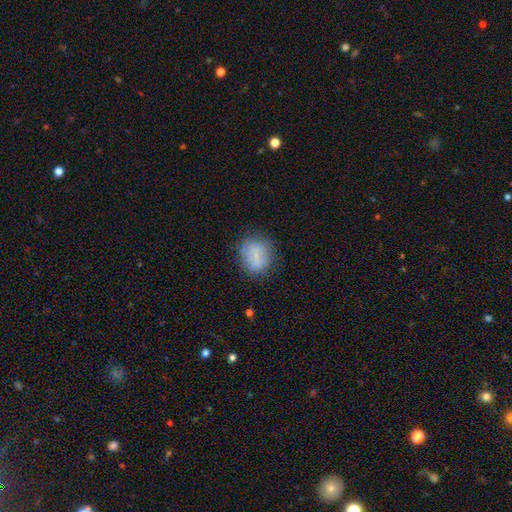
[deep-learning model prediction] Smooth or featured?
  - smooth: 70% *
  - featured or disk: 20%
  - star or artifact: 10%
How rounded?
  - round: 75% *
  - in between: 24%
  - cigar-shaped: 1%
Merging?
  - none: 72% *
  - minor disturbance: 19%
  - major disturbance: 7%
  - merger: 3%